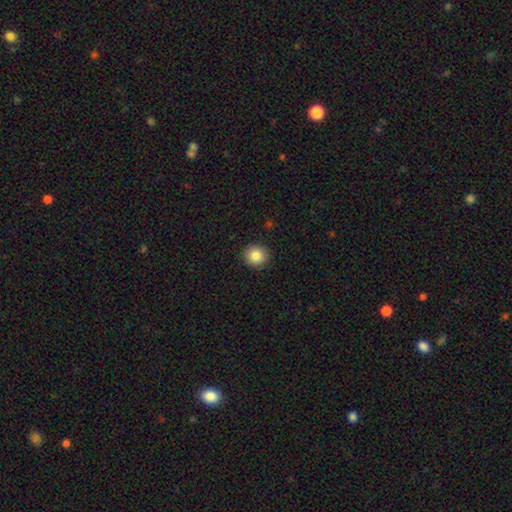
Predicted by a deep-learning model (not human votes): The model was most divided on "smooth or featured": smooth: 85%, star or artifact: 9%, featured or disk: 6%. More confident: merging — none (91%); how rounded — round (89%).